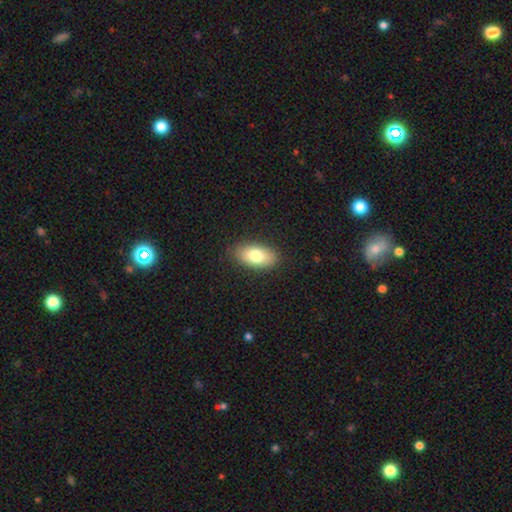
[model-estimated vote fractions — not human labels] Smooth or featured? Predicted: smooth (p=0.77). How rounded? Predicted: in between (p=0.91). Merging? Predicted: none (p=0.87).